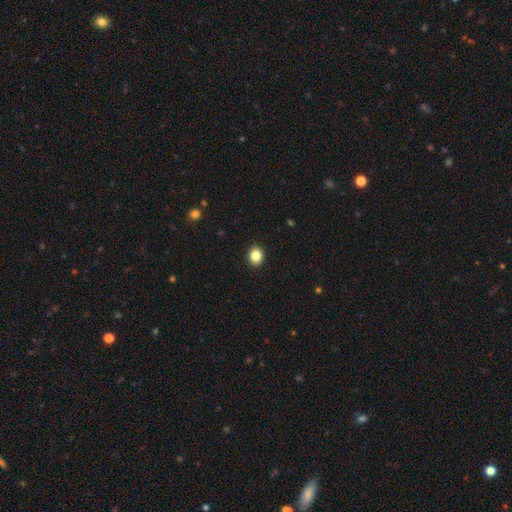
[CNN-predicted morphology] This appears to be a smooth galaxy with no disk features (85%) that is round (53%). Merging: none (92%).